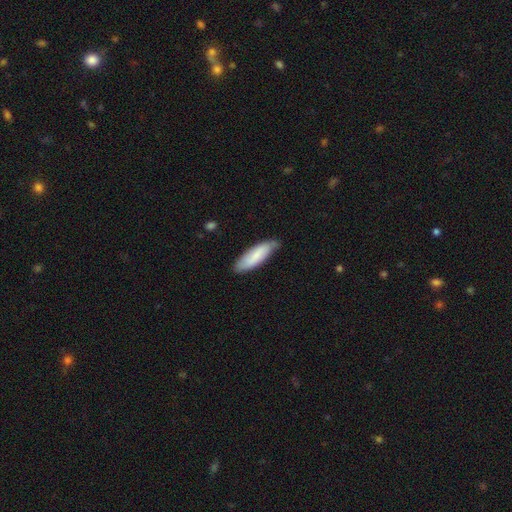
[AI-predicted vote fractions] smooth 77%, featured or disk 18%, star or artifact 5%. Down the decision tree: how rounded — cigar-shaped (51%); merging — none (75%).